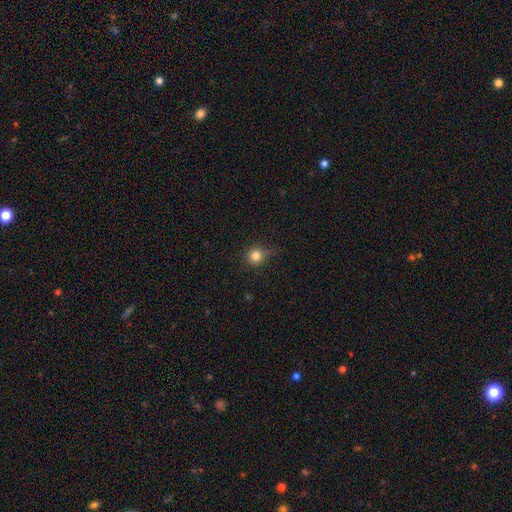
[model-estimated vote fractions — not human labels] Smooth or featured: smooth — 80% (star or artifact — 13%)
How rounded: round — 91% (in between — 8%)
Merging: none — 77% (minor disturbance — 17%)